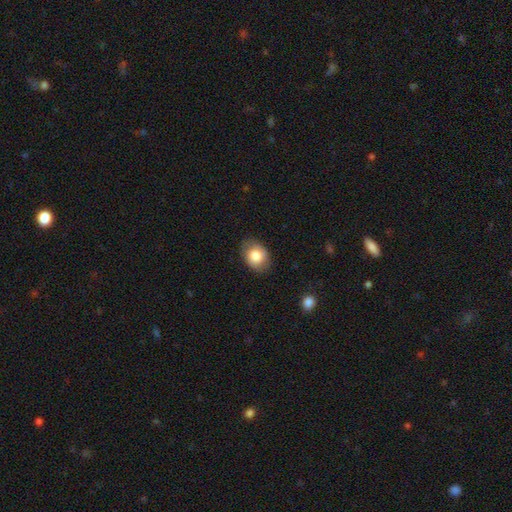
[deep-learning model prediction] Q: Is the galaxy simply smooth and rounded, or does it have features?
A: smooth — 80%.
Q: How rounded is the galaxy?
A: in between — 69%.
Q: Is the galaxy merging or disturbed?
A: none — 80%.